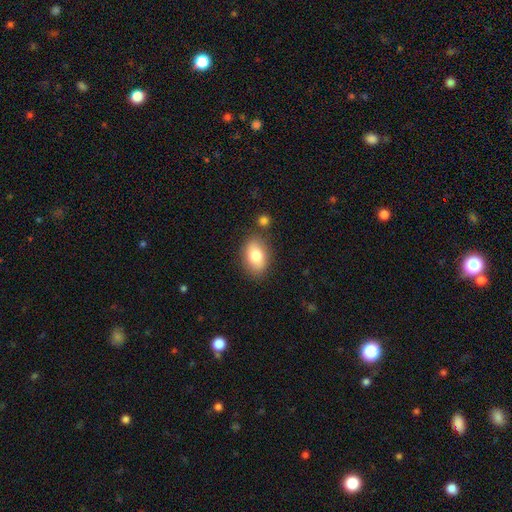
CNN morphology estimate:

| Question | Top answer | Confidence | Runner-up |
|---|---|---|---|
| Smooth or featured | smooth | 79% | featured or disk (14%) |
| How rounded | in between | 86% | round (12%) |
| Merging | none | 79% | minor disturbance (12%) |